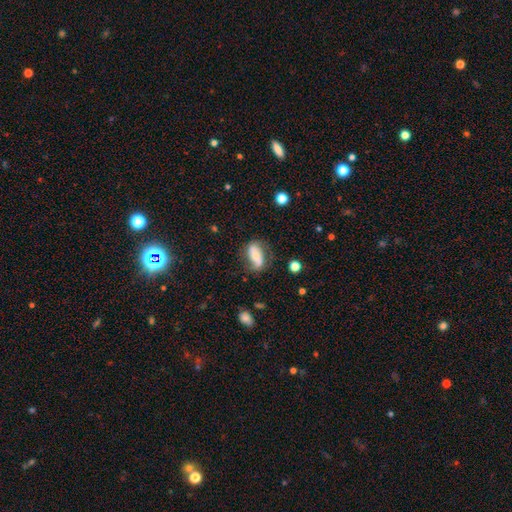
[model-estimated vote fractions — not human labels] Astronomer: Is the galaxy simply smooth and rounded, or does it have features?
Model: smooth — 54% (runner-up: featured or disk, 39%).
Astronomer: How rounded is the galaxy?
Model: in between — 84%.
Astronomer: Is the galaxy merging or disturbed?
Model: none — 59%.